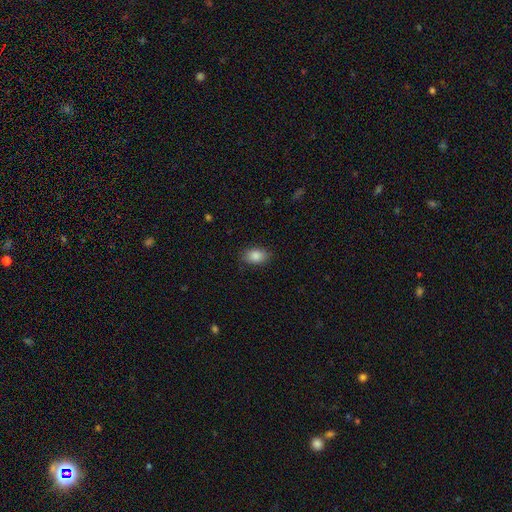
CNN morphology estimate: Smooth or featured? Predicted: smooth (p=0.87). How rounded? Predicted: in between (p=0.85). Merging? Predicted: none (p=0.86).